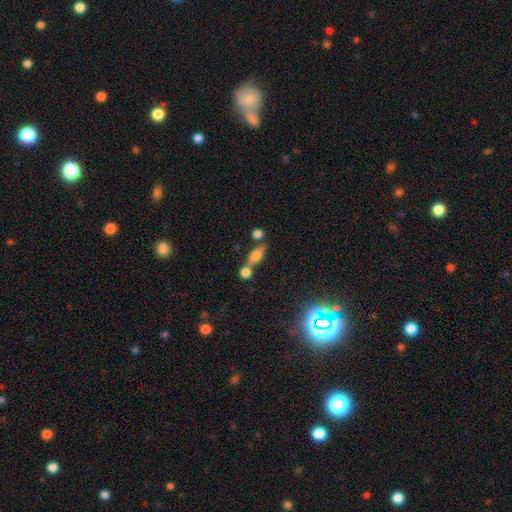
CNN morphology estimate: Smooth or featured: smooth — 54% (featured or disk — 34%)
How rounded: in between — 50% (cigar-shaped — 38%)
Merging: none — 55% (merger — 29%)